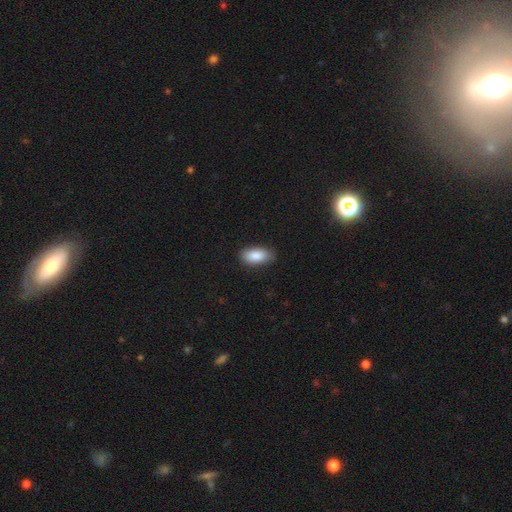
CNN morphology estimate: Smooth or featured? Predicted: smooth (p=0.87). How rounded? Predicted: in between (p=0.92). Merging? Predicted: none (p=0.85).